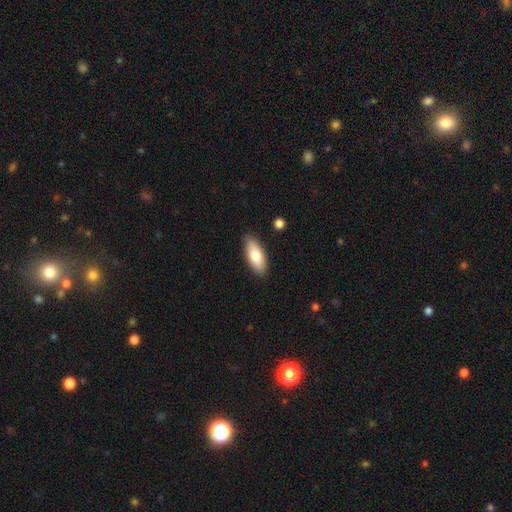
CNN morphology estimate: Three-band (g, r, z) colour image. It shows a smooth galaxy with no disk features (76%) that is in between round and cigar-shaped (78%). Merging: none (86%).